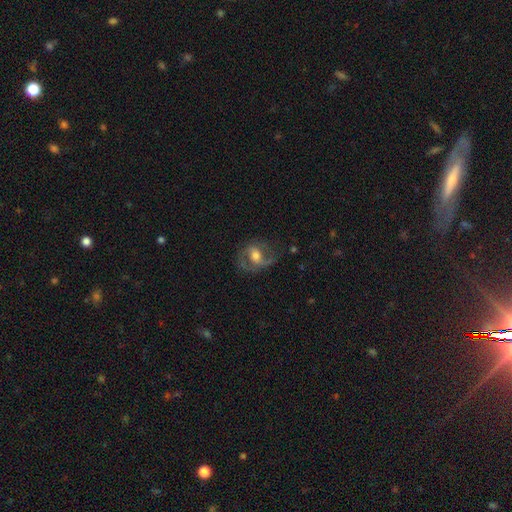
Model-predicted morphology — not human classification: Overall: featured or disk (70%). Edge-on disk: no (96%). Bar: no (41%; weak 39%). Spiral arms: yes (81%). Spiral arm count: 2 (78%). Spiral winding: medium (51%; loose 29%). Bulge size: moderate (64%). Merging: none (60%; minor disturbance 20%).